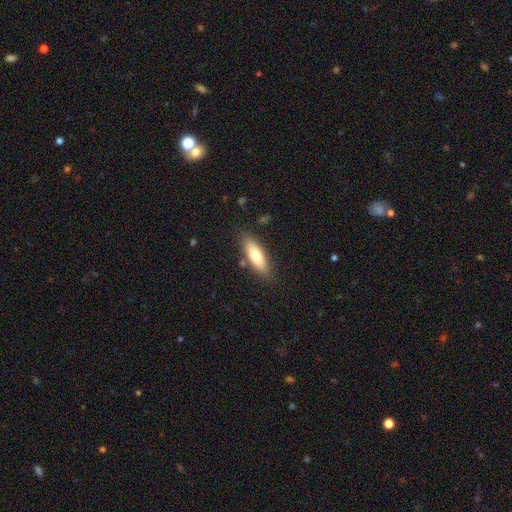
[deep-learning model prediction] Q: Smooth or featured?
A: smooth (69%); runner-up: featured or disk (24%)
Q: How rounded?
A: in between (59%); runner-up: cigar-shaped (39%)
Q: Merging?
A: none (83%); runner-up: minor disturbance (11%)